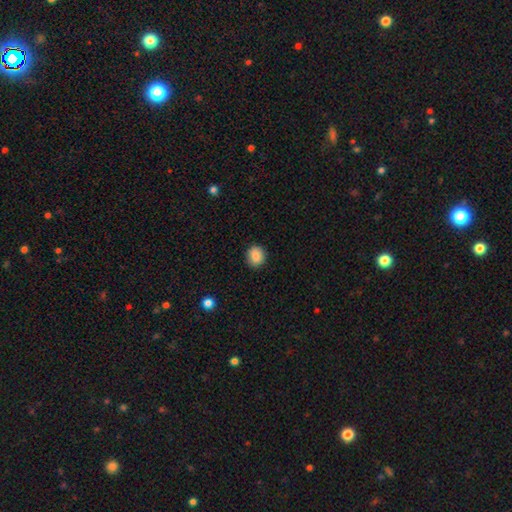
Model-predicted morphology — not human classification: This is clearly a smooth galaxy (86%). How rounded: likely round (77%). Merging: clearly none (89%).